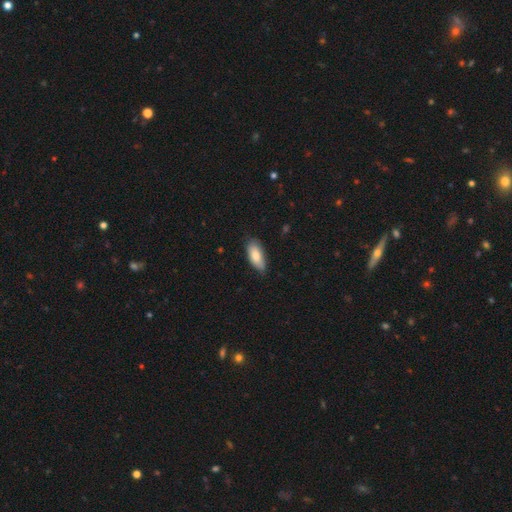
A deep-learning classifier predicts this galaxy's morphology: Smooth or featured? Predicted: smooth (p=0.80). How rounded? Predicted: in between (p=0.86). Merging? Predicted: none (p=0.74).